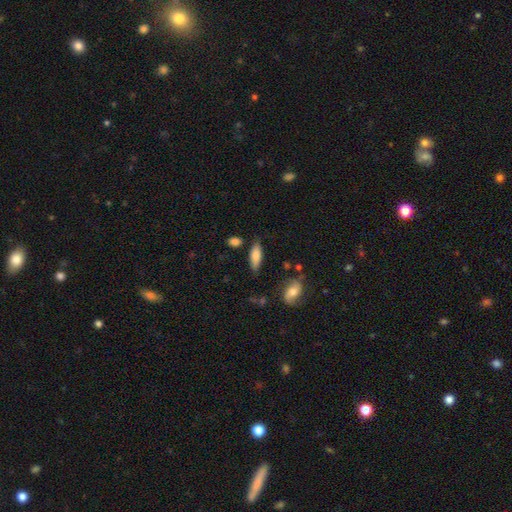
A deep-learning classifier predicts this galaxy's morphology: The model was most divided on "how rounded": in between: 65%, cigar-shaped: 33%, round: 2%. More confident: smooth or featured — smooth (80%); merging — none (77%).